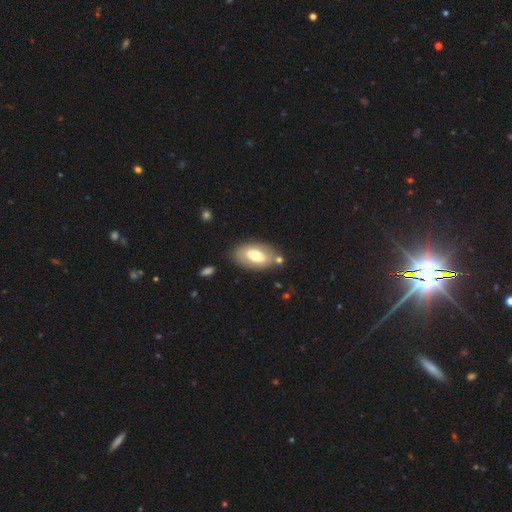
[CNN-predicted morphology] This is likely a smooth galaxy (62%). How rounded: clearly in between (93%). Merging: likely none (75%).